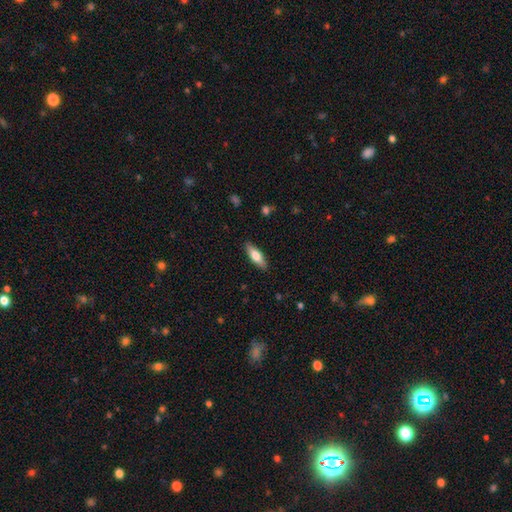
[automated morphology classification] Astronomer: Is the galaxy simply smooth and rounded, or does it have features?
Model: smooth — 69%.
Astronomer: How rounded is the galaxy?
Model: in between — 52% (runner-up: cigar-shaped, 46%).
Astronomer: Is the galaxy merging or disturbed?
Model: none — 89%.